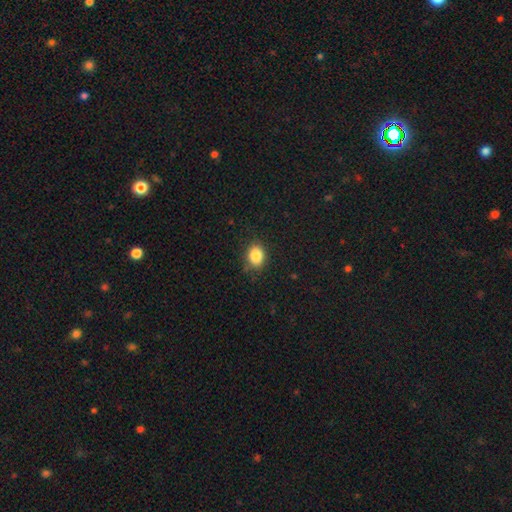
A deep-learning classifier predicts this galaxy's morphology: smooth-or-featured: smooth: 86% | star or artifact: 10% | featured or disk: 5%
  how-rounded: in between: 58% | round: 41% | cigar-shaped: 1%
  merging: none: 80% | minor disturbance: 15% | major disturbance: 4% | merger: 1%